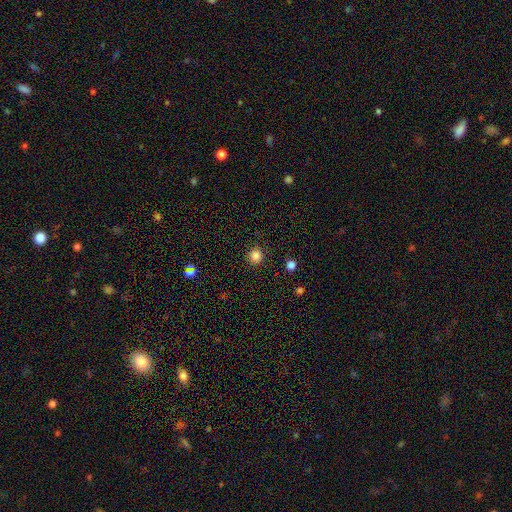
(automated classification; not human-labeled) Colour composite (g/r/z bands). It shows a smooth galaxy with no disk features (84%) that is round (92%). Merging: none (90%).